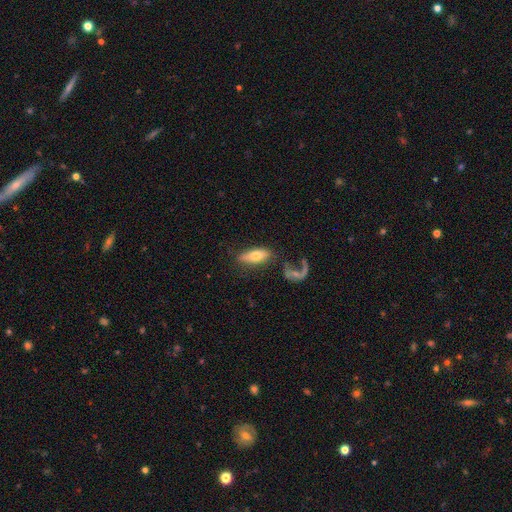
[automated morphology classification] Smooth or featured? smooth (61%)
How rounded? in between (68%)
Merging? none (59%)